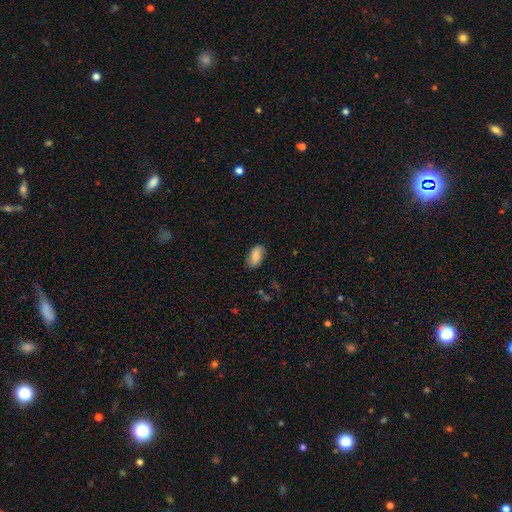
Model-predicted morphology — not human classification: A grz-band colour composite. It shows a smooth galaxy with no disk features (81%) that is in between round and cigar-shaped (93%). Merging: none (81%).